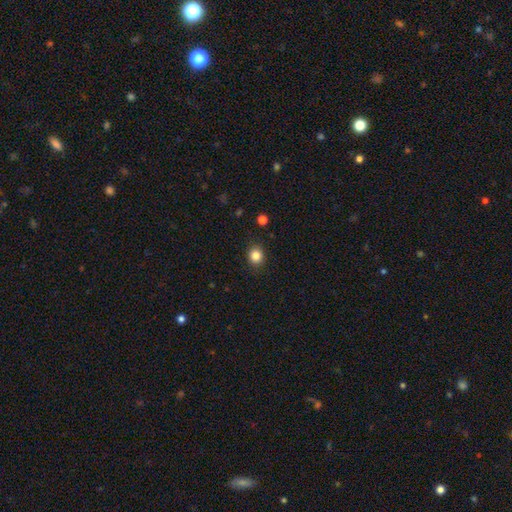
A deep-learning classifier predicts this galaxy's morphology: A smooth galaxy with no disk features (84%) that is round (80%). Merging: none (90%).